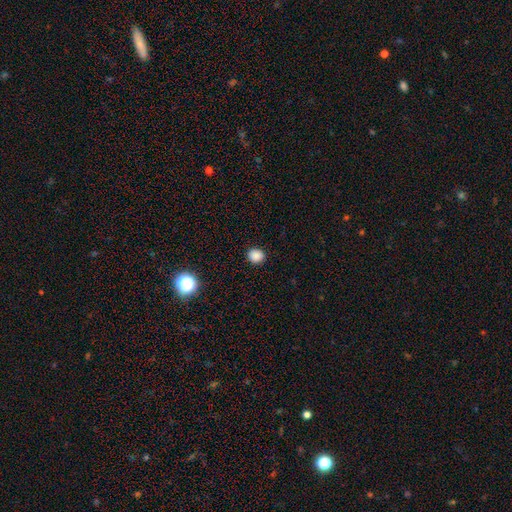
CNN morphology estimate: Smooth or featured? Predicted: smooth (p=0.85). How rounded? Predicted: round (p=0.81). Merging? Predicted: none (p=0.91).